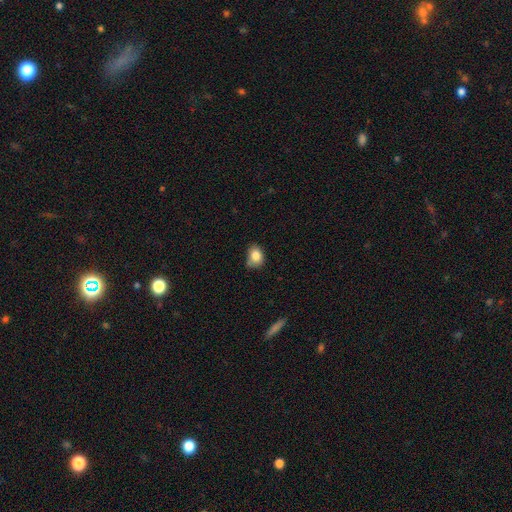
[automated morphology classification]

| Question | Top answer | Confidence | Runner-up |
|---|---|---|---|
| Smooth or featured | smooth | 82% | star or artifact (9%) |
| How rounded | in between | 58% | round (41%) |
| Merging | none | 59% | minor disturbance (28%) |